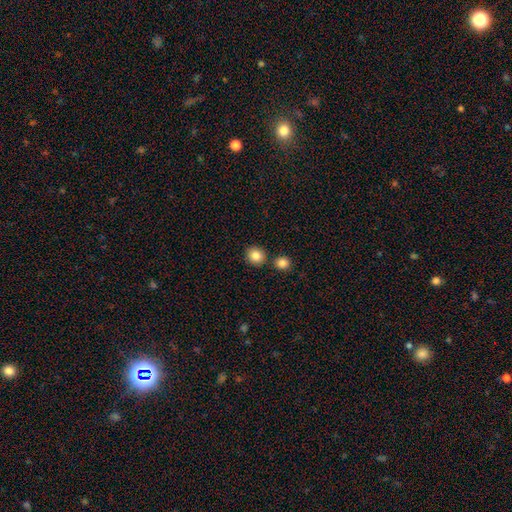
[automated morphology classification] A smooth galaxy with no disk features (85%) that is round (85%). Merging: none (82%).